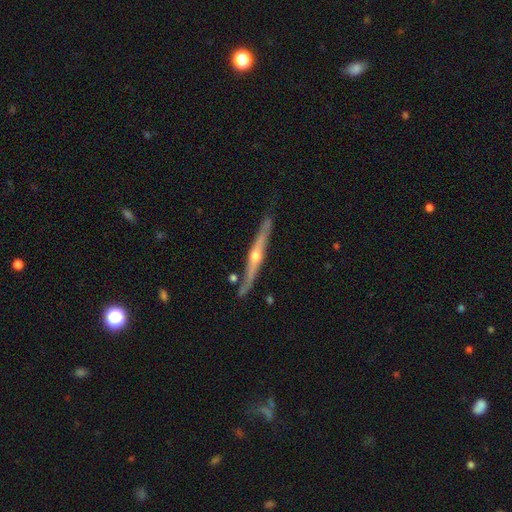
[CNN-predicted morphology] featured or disk 83%, smooth 12%, star or artifact 5%. Down the decision tree: edge-on disk — yes (97%); edge-on bulge — rounded (90%); merging — none (82%).